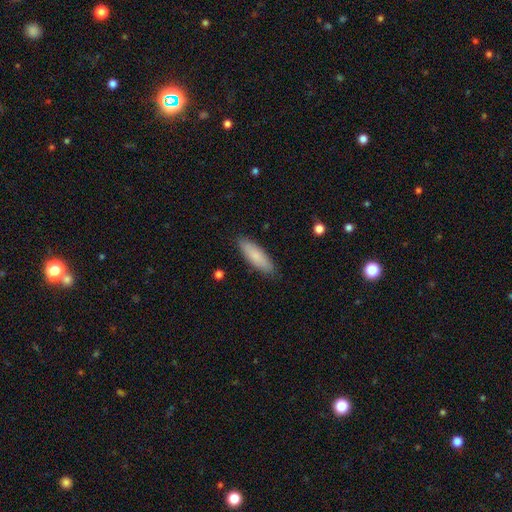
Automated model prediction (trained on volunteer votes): This is clearly a smooth galaxy (83%). How rounded: possibly in between (50%). Merging: clearly none (87%).